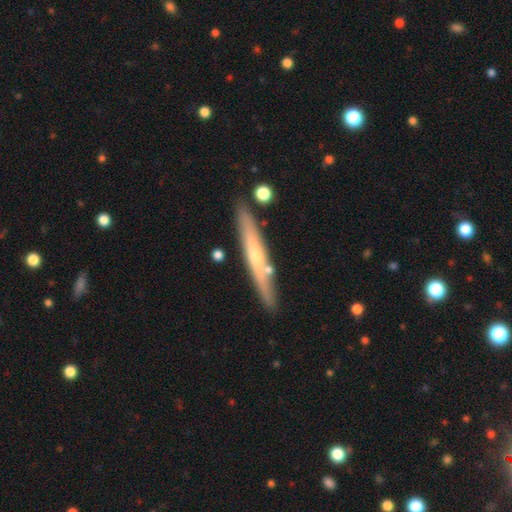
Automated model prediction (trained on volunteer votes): smooth_or_featured: featured or disk (p=0.57) [alt: smooth p=0.37]
disk_edge_on: yes (p=0.90) [alt: no p=0.10]
edge_on_bulge: rounded (p=0.55) [alt: none p=0.41]
merging: none (p=0.83) [alt: minor disturbance p=0.11]